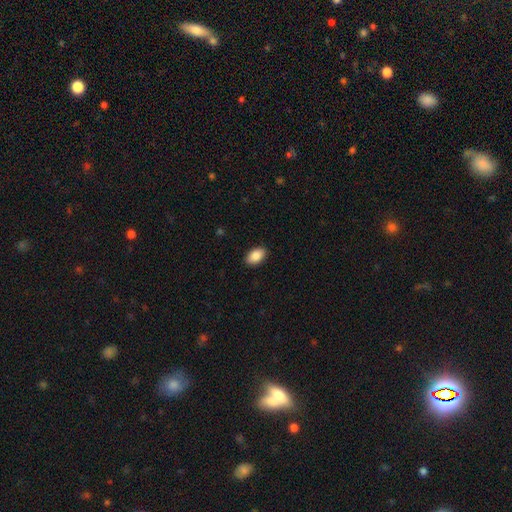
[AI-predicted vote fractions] A smooth galaxy with no disk features (88%) that is in between round and cigar-shaped (93%).

Vote fractions:
- Smooth or featured? smooth: 88% / star or artifact: 7% / featured or disk: 5%
- How rounded? in between: 93% / round: 6% / cigar-shaped: 2%
- Merging? none: 90% / minor disturbance: 8% / major disturbance: 2% / merger: 1%